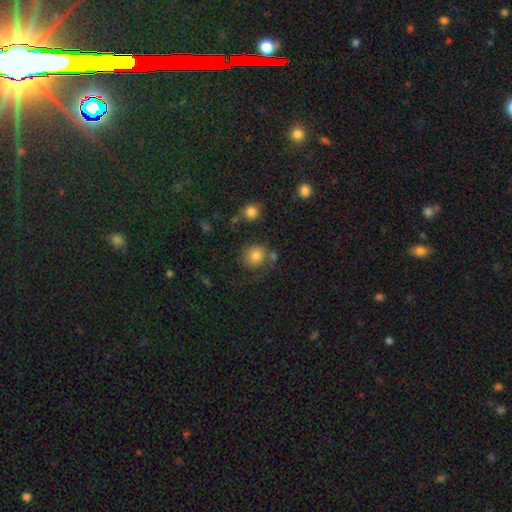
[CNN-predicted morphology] smooth 73%, featured or disk 16%, star or artifact 11%. Down the decision tree: how rounded — round (83%); merging — none (59%).